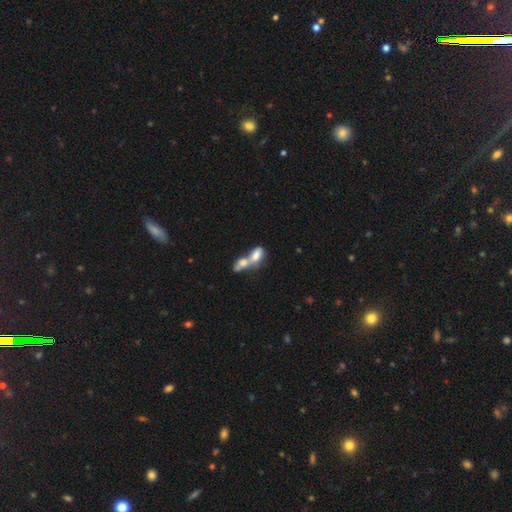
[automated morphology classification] A smooth galaxy with no disk features (70%) that is in between round and cigar-shaped (81%).

Vote fractions:
- Smooth or featured? smooth: 70% / featured or disk: 22% / star or artifact: 9%
- How rounded? in between: 81% / cigar-shaped: 10% / round: 9%
- Merging? merger: 78% / none: 12% / minor disturbance: 5% / major disturbance: 5%